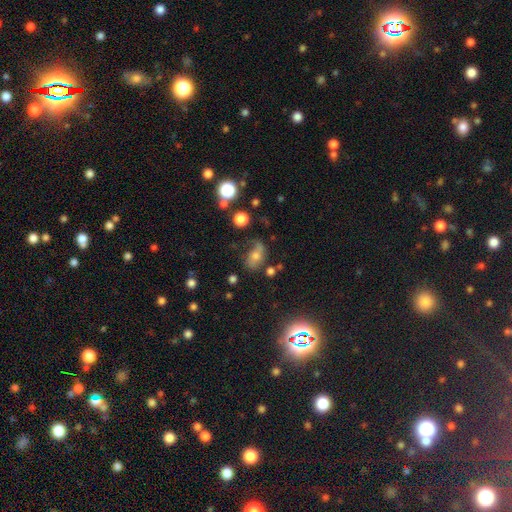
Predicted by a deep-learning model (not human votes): Q: Smooth or featured?
A: smooth (47%); runner-up: featured or disk (33%)
Q: Merging?
A: none (46%); runner-up: minor disturbance (27%)